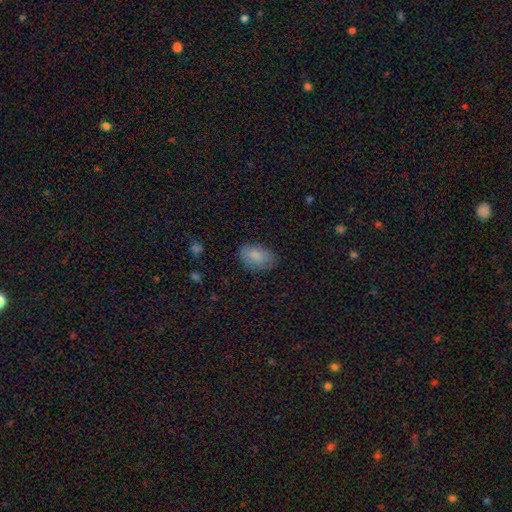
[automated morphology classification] A smooth galaxy with no disk features (84%) that is in between round and cigar-shaped (89%).

Vote fractions:
- Smooth or featured? smooth: 84% / featured or disk: 8% / star or artifact: 7%
- How rounded? in between: 89% / round: 10% / cigar-shaped: 1%
- Merging? none: 76% / minor disturbance: 19% / major disturbance: 4% / merger: 1%